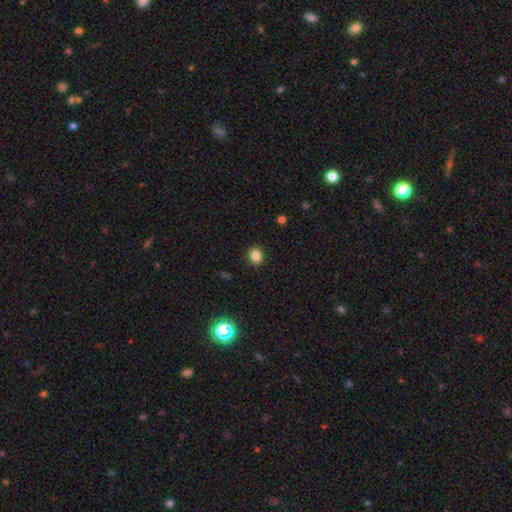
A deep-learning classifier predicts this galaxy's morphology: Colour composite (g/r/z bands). It shows a smooth galaxy with no disk features (84%) that is round (62%). Merging: none (89%).